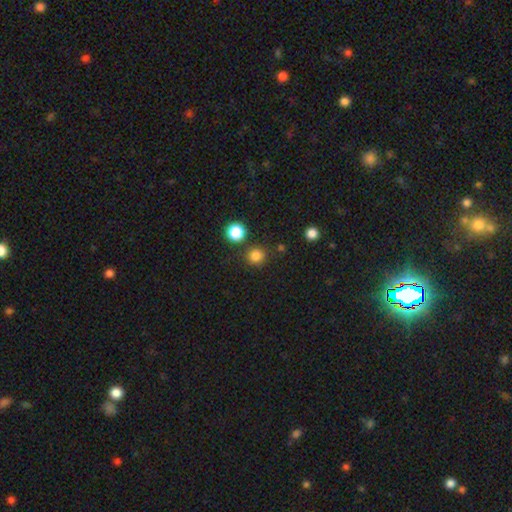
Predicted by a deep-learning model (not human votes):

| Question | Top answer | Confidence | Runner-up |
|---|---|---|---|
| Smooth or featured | smooth | 81% | star or artifact (15%) |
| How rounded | round | 93% | in between (6%) |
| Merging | none | 83% | minor disturbance (8%) |